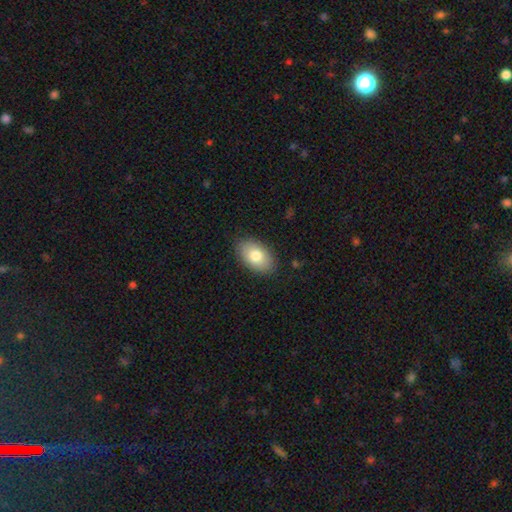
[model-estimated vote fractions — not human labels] smooth-or-featured: smooth: 78% | featured or disk: 15% | star or artifact: 7%
  how-rounded: in between: 92% | round: 7% | cigar-shaped: 1%
  merging: none: 86% | minor disturbance: 10% | major disturbance: 2% | merger: 1%